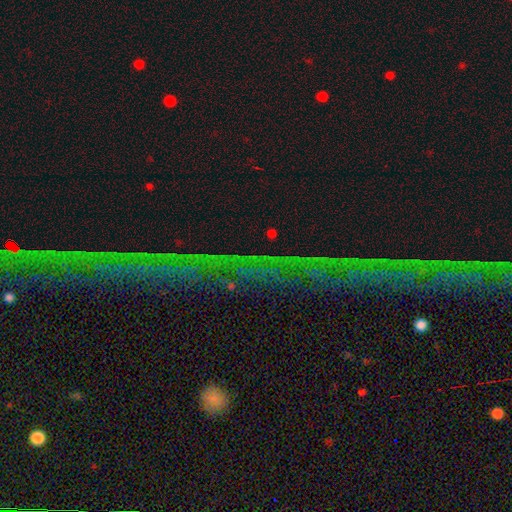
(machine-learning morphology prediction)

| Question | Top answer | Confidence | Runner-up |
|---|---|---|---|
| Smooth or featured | star or artifact | 81% | featured or disk (10%) |